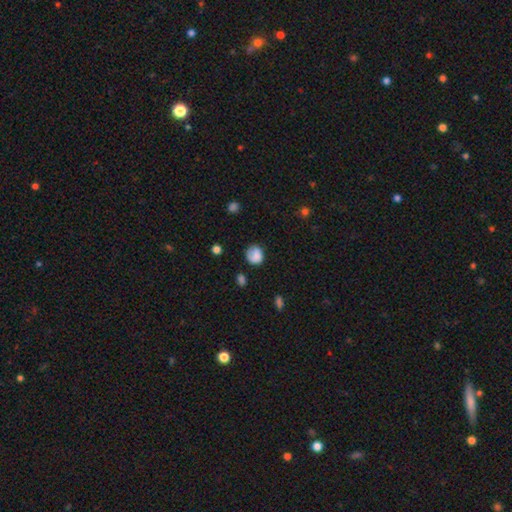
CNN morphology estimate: Smooth or featured? smooth (79%)
How rounded? round (76%)
Merging? none (64%)